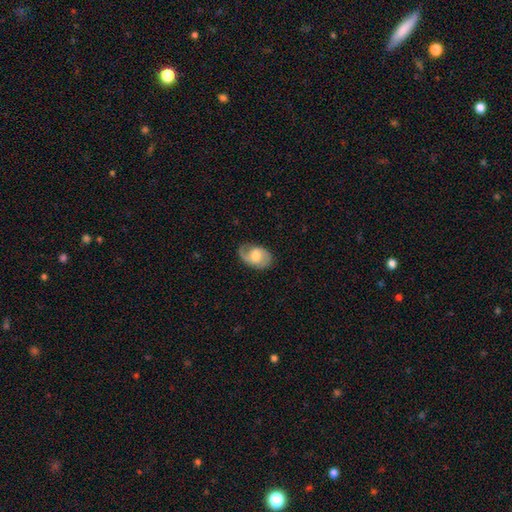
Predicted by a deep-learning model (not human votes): Q: Smooth or featured?
A: featured or disk (65%); runner-up: smooth (28%)
Q: Edge-on disk?
A: no (96%); runner-up: yes (4%)
Q: Bar?
A: no (46%); runner-up: weak (45%)
Q: Spiral arms?
A: yes (89%); runner-up: no (11%)
Q: Spiral winding?
A: medium (47%); runner-up: loose (27%)
Q: Spiral arm count?
A: 2 (72%); runner-up: 1 (17%)
Q: Bulge size?
A: moderate (50%); runner-up: large (23%)
Q: Merging?
A: none (71%); runner-up: minor disturbance (20%)